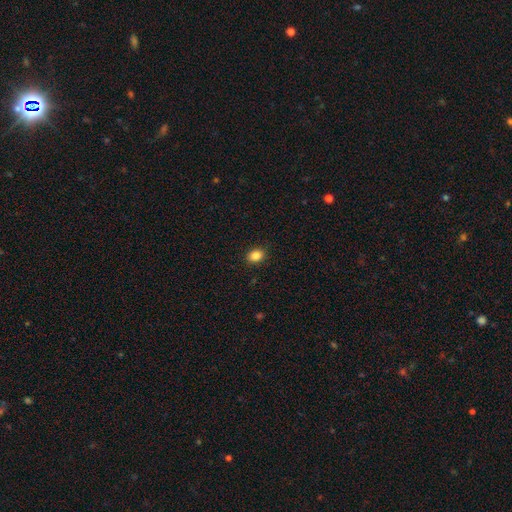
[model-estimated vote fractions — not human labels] Smooth or featured? smooth (86%)
How rounded? in between (53%)
Merging? none (90%)